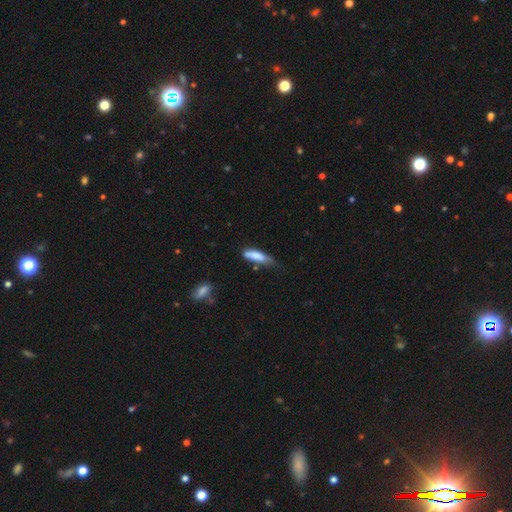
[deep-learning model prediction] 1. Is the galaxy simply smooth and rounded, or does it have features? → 78% smooth, 15% featured or disk, 7% star or artifact.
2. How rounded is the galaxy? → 62% cigar-shaped, 36% in between, 2% round.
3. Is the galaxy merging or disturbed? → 42% none, 40% minor disturbance, 12% major disturbance, 5% merger.